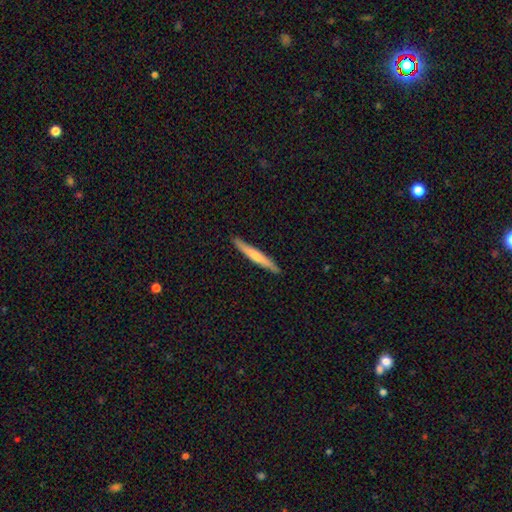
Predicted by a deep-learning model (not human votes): Morphology: type=smooth (59%); roundness=cigar-shaped (96%); merging=none (90%).